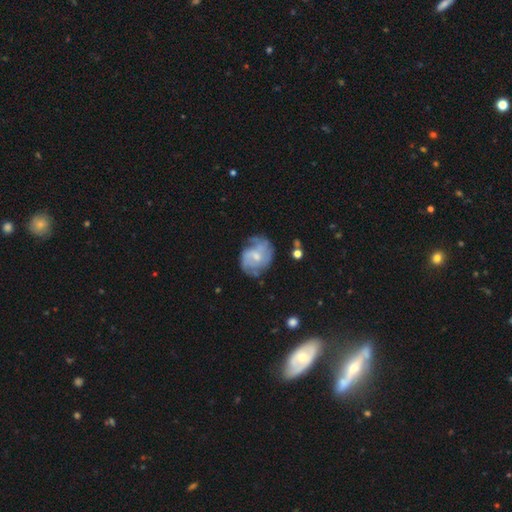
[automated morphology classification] Smooth or featured?
  - featured or disk: 72% *
  - smooth: 21%
  - star or artifact: 7%
Edge-on disk?
  - no: 98% *
  - yes: 2%
Bar?
  - no: 52% *
  - weak: 41%
  - strong: 6%
Spiral arms?
  - yes: 84% *
  - no: 16%
Spiral winding?
  - medium: 42% *
  - tight: 37%
  - loose: 21%
Spiral arm count?
  - 2: 38% *
  - can't tell: 35%
  - 3: 14%
  - 4: 5%
  - 1: 5%
  - more than 4: 3%
Bulge size?
  - small: 51% *
  - moderate: 39%
  - none: 7%
  - large: 3%
  - dominant: 1%
Merging?
  - none: 57% *
  - minor disturbance: 26%
  - major disturbance: 15%
  - merger: 3%